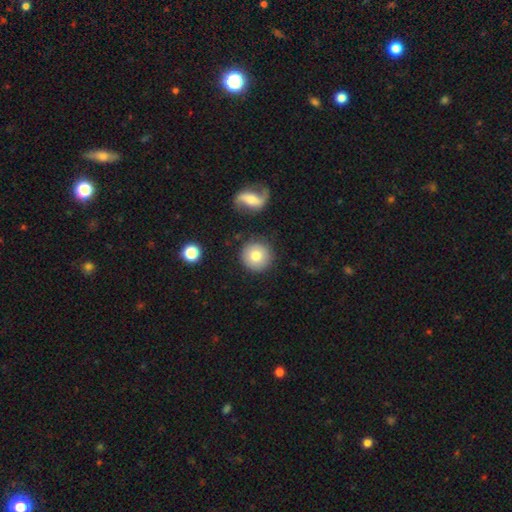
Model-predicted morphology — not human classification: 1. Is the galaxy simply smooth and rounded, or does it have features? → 77% smooth, 15% featured or disk, 8% star or artifact.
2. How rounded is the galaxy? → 94% round, 5% in between, 1% cigar-shaped.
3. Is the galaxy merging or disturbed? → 85% none, 8% minor disturbance, 4% merger, 3% major disturbance.